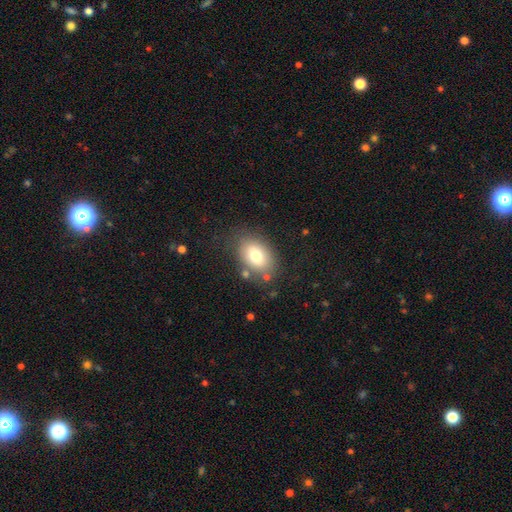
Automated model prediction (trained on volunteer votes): A smooth galaxy with no disk features (75%) that is in between round and cigar-shaped (80%). Merging: none (75%).